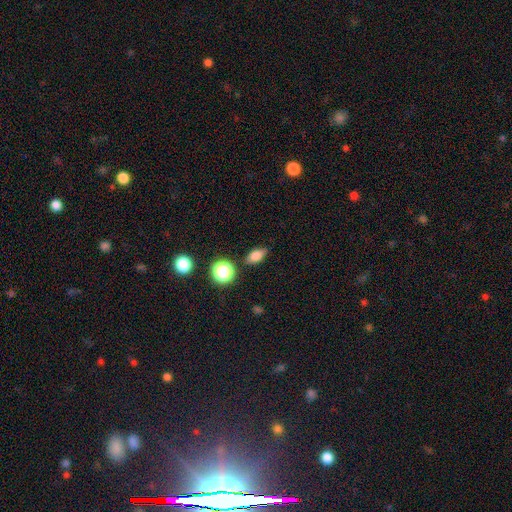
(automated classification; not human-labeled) The model was most divided on "how rounded": in between: 78%, round: 15%, cigar-shaped: 7%. More confident: merging — none (80%); smooth or featured — smooth (77%).